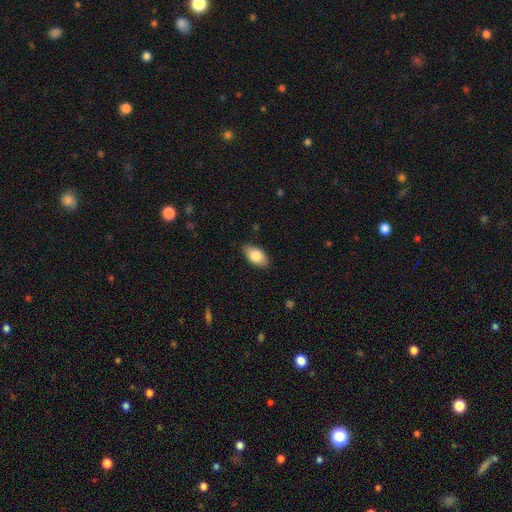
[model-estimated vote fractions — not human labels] This is clearly a smooth galaxy (82%). How rounded: clearly in between (93%). Merging: clearly none (84%).